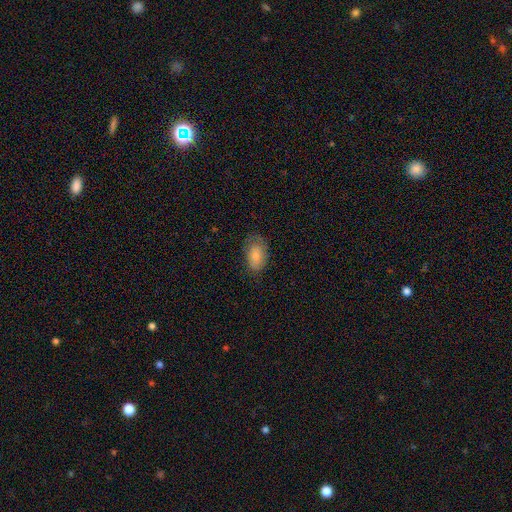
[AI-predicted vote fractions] smooth_or_featured: smooth (p=0.76) [alt: featured or disk p=0.17]
how_rounded: in between (p=0.92) [alt: round p=0.07]
merging: none (p=0.67) [alt: minor disturbance p=0.24]